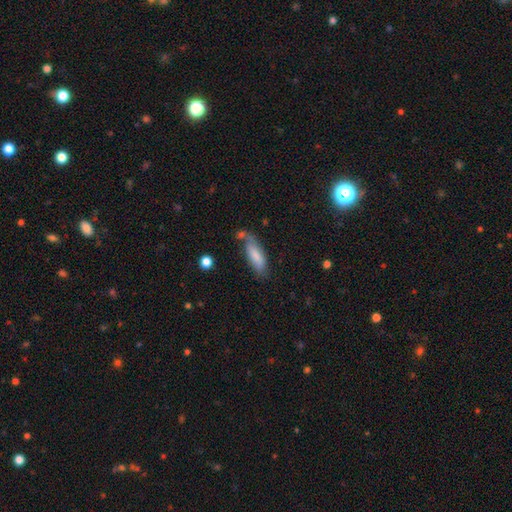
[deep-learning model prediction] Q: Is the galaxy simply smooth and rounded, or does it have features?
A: smooth — 77%.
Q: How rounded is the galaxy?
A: in between — 57%.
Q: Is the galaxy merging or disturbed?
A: none — 54%.